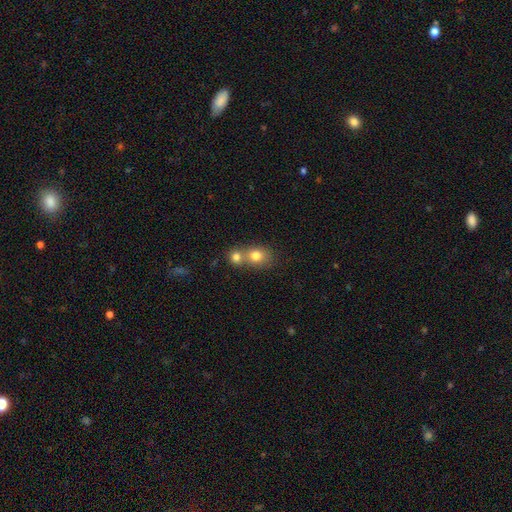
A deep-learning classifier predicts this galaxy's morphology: smooth_or_featured: smooth (p=0.77) [alt: featured or disk p=0.12]
how_rounded: round (p=0.64) [alt: in between p=0.35]
merging: merger (p=0.55) [alt: none p=0.35]